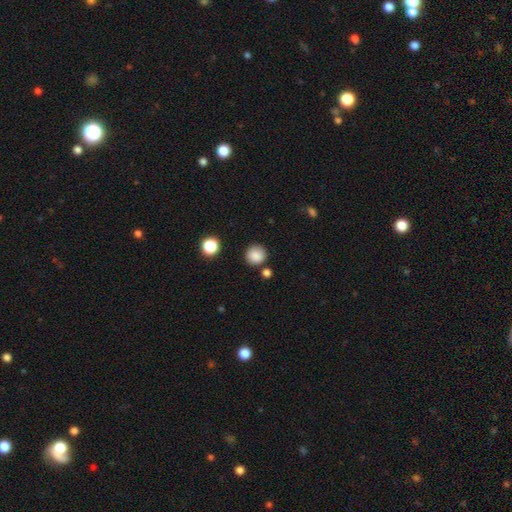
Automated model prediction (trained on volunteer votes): Smooth or featured?
  - smooth: 86% *
  - star or artifact: 10%
  - featured or disk: 4%
How rounded?
  - round: 94% *
  - in between: 6%
  - cigar-shaped: 1%
Merging?
  - none: 84% *
  - minor disturbance: 9%
  - merger: 5%
  - major disturbance: 3%